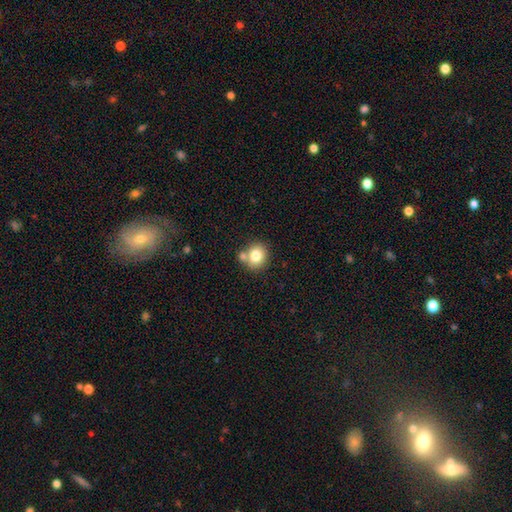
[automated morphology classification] The model was most divided on "merging": none: 63%, merger: 24%, minor disturbance: 10%, major disturbance: 3%. More confident: how rounded — round (82%); smooth or featured — smooth (78%).